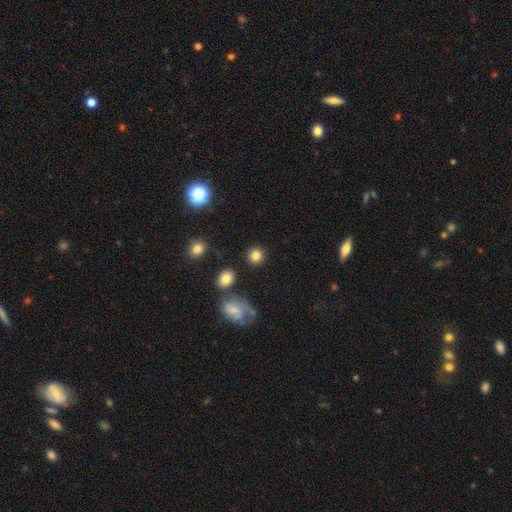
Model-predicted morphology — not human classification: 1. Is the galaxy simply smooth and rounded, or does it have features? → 83% smooth, 9% star or artifact, 8% featured or disk.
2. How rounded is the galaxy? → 86% round, 13% in between, 1% cigar-shaped.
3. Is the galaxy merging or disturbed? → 86% none, 8% minor disturbance, 3% major disturbance, 3% merger.